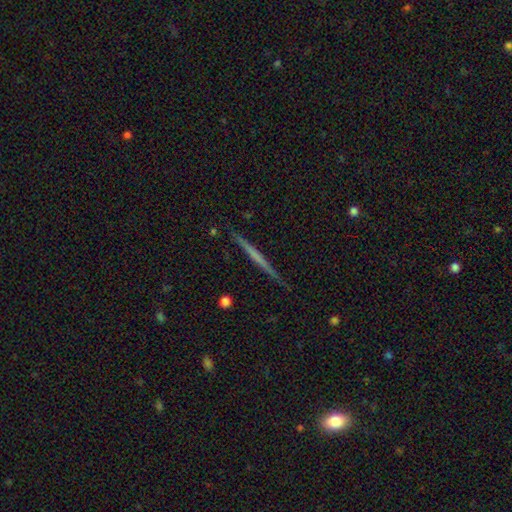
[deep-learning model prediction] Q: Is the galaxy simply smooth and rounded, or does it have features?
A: featured or disk — 58%.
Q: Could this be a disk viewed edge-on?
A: yes — 98%.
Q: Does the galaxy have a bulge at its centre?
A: none — 83%.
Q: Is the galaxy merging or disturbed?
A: none — 90%.